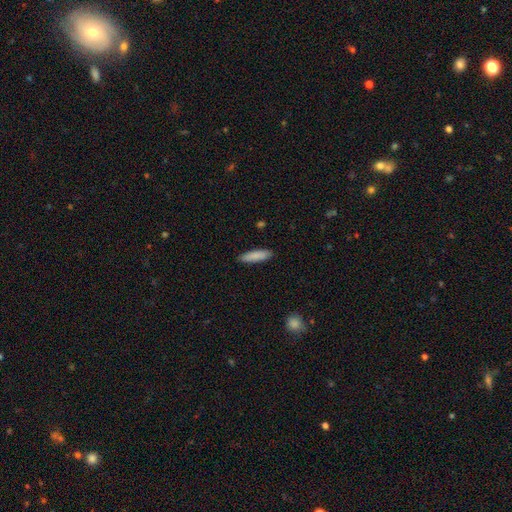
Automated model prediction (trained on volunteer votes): Smooth or featured? smooth (87%)
How rounded? cigar-shaped (64%)
Merging? none (88%)